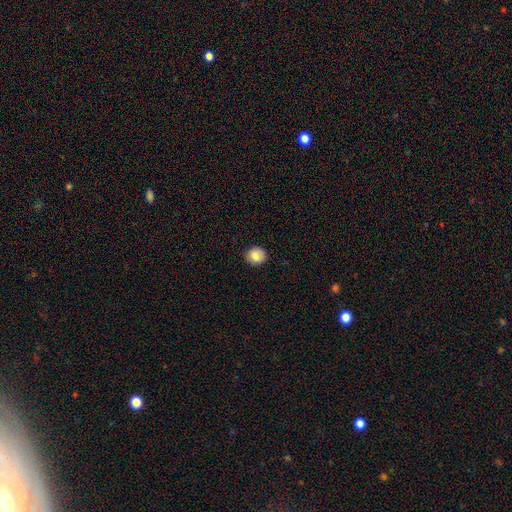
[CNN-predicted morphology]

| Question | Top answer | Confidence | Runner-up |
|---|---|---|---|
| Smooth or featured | smooth | 86% | star or artifact (9%) |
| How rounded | round | 88% | in between (11%) |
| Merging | none | 90% | minor disturbance (7%) |